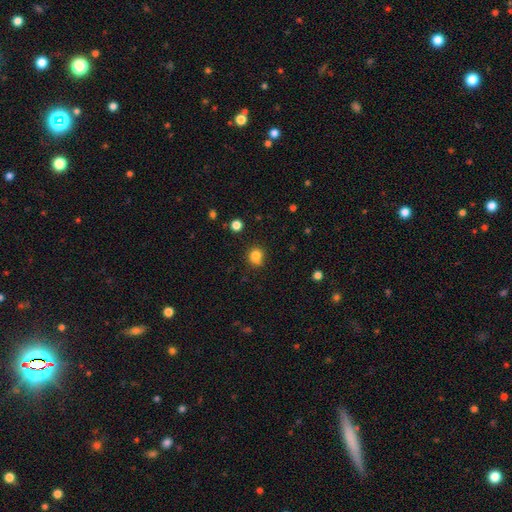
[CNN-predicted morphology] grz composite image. It shows a smooth galaxy with no disk features (82%) that is round (82%). Merging: none (73%).